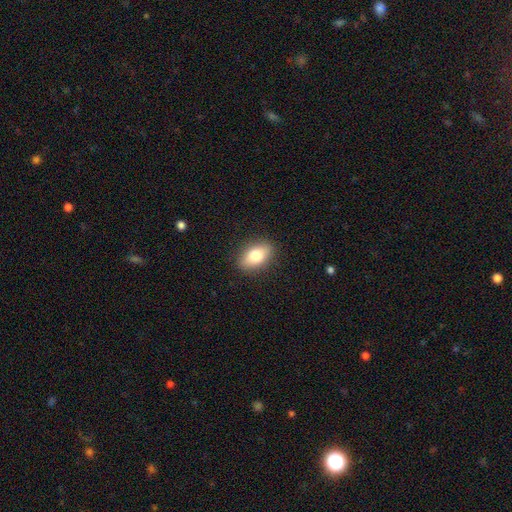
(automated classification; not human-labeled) Smooth or featured?
  - smooth: 77% *
  - featured or disk: 15%
  - star or artifact: 8%
How rounded?
  - in between: 86% *
  - round: 10%
  - cigar-shaped: 3%
Merging?
  - none: 88% *
  - minor disturbance: 8%
  - major disturbance: 2%
  - merger: 1%